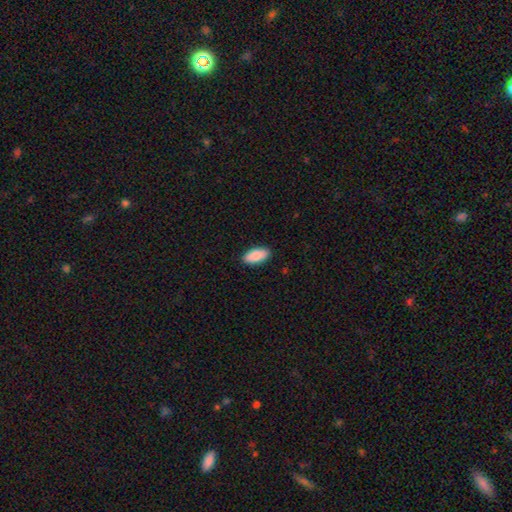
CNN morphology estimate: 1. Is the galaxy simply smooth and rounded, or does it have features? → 90% smooth, 6% star or artifact, 5% featured or disk.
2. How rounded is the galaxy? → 92% in between, 7% cigar-shaped, 2% round.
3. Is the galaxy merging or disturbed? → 90% none, 8% minor disturbance, 2% major disturbance, 1% merger.